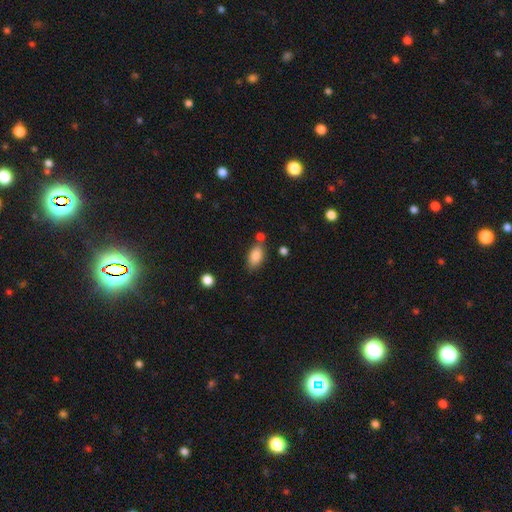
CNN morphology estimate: Q: Smooth or featured?
A: smooth (86%); runner-up: star or artifact (8%)
Q: How rounded?
A: in between (90%); runner-up: round (6%)
Q: Merging?
A: none (68%); runner-up: minor disturbance (15%)